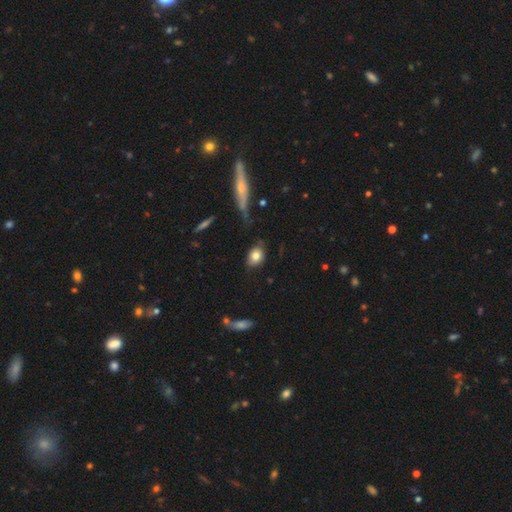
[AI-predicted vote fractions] Smooth or featured? Predicted: smooth (p=0.80). How rounded? Predicted: in between (p=0.68). Merging? Predicted: none (p=0.74).